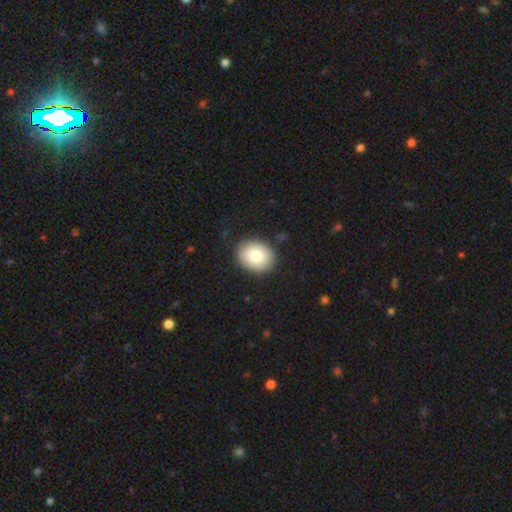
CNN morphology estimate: This is clearly a smooth galaxy (83%). How rounded: possibly round (50%). Merging: clearly none (87%).